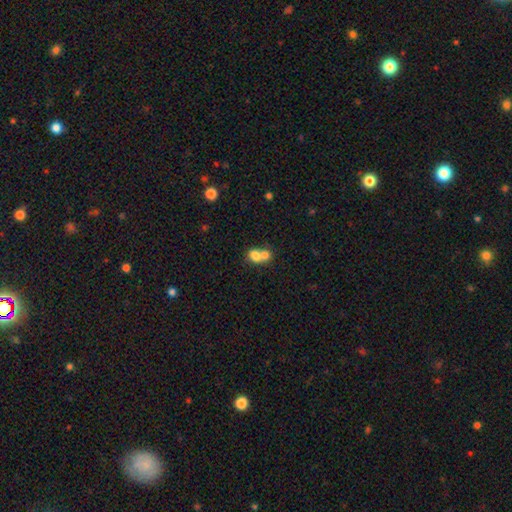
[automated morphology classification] A smooth galaxy with no disk features (74%) that is round (53%). Merging: merger (70%).